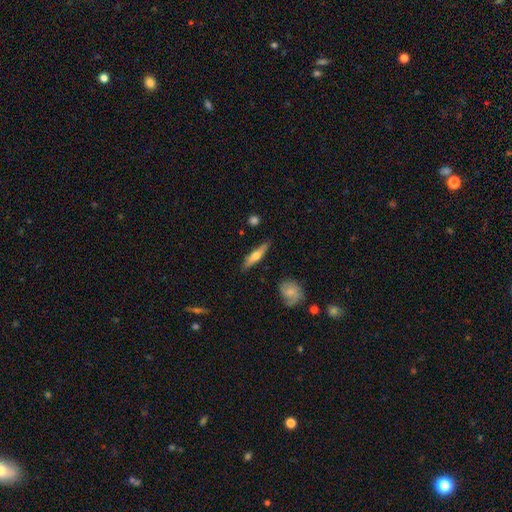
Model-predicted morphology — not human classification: The model was most divided on "smooth or featured" (2-way tie): smooth: 47%, featured or disk: 47%, star or artifact: 6%. More confident: merging — none (86%).